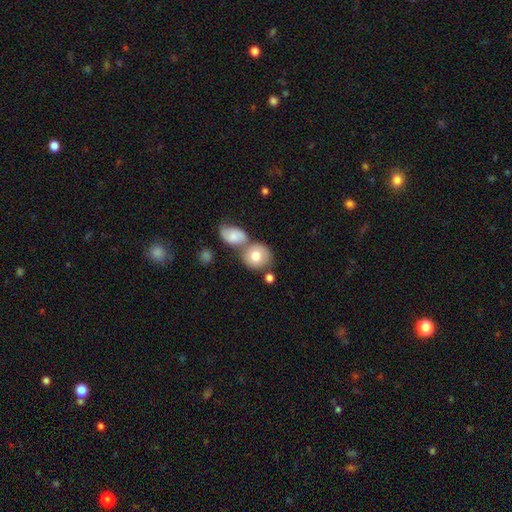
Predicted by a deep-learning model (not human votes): smooth 75%, featured or disk 17%, star or artifact 7%. Down the decision tree: how rounded — round (78%); merging — none (46%).